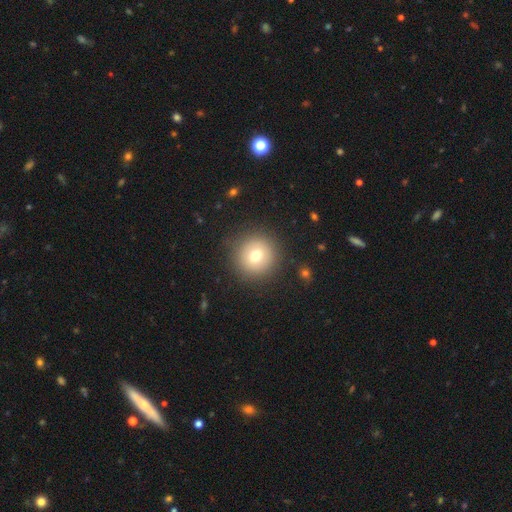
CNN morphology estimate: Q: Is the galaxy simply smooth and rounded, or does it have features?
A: smooth — 72%.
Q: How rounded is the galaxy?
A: round — 93%.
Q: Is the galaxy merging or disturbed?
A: none — 88%.